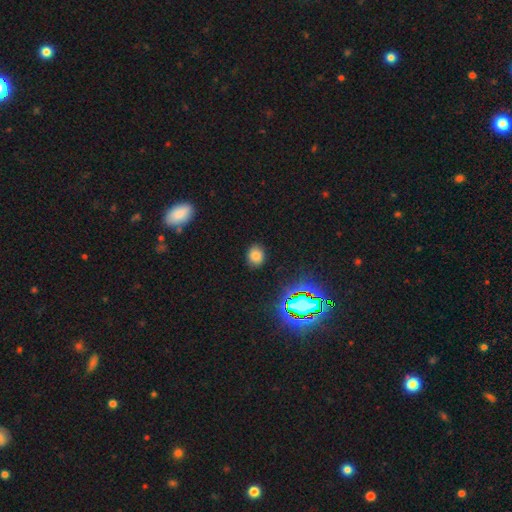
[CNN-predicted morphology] smooth-or-featured: smooth: 75% | star or artifact: 19% | featured or disk: 6%
  how-rounded: round: 57% | in between: 42% | cigar-shaped: 1%
  merging: none: 85% | minor disturbance: 11% | major disturbance: 3% | merger: 1%